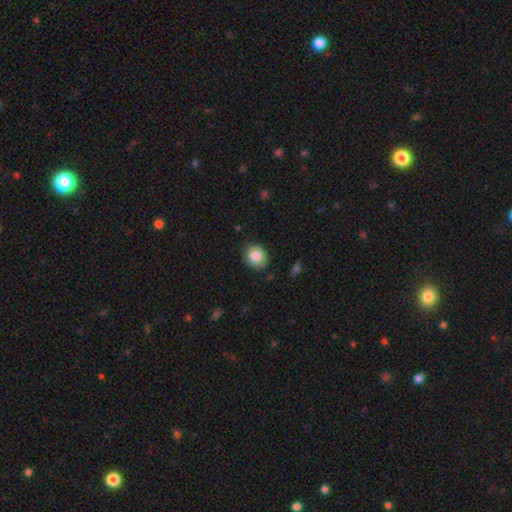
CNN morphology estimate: The model was most divided on "how rounded": round: 67%, in between: 32%, cigar-shaped: 1%. More confident: merging — none (84%); smooth or featured — smooth (83%).